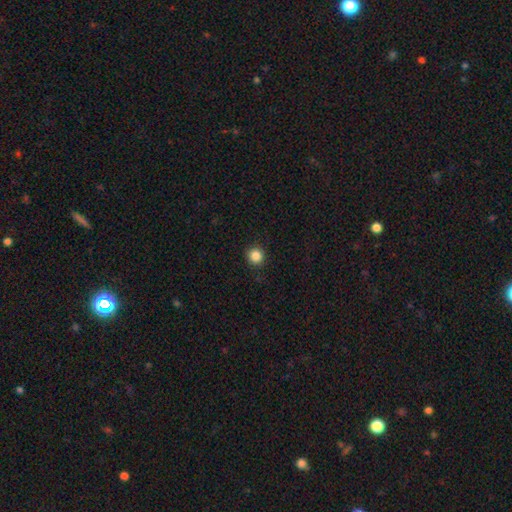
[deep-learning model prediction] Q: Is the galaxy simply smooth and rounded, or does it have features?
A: smooth — 86%.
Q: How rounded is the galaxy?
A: round — 93%.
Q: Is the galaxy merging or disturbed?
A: none — 91%.